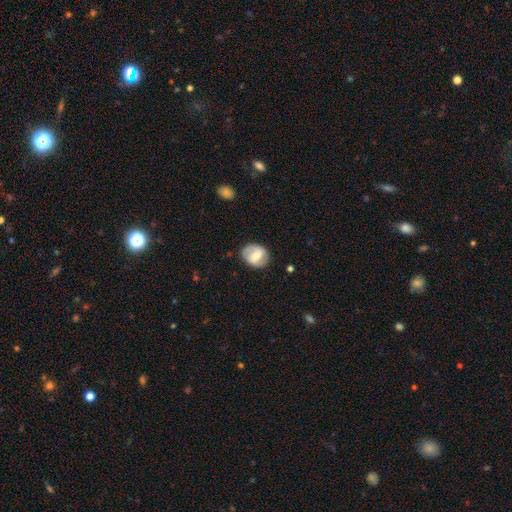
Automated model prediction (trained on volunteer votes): Smooth or featured?
  - featured or disk: 58% *
  - smooth: 36%
  - star or artifact: 6%
Edge-on disk?
  - no: 97% *
  - yes: 3%
Bar?
  - weak: 46% *
  - strong: 29%
  - no: 25%
Spiral arms?
  - yes: 75% *
  - no: 25%
Bulge size?
  - moderate: 63% *
  - small: 28%
  - large: 5%
  - none: 2%
  - dominant: 1%
Merging?
  - none: 80% *
  - minor disturbance: 14%
  - major disturbance: 4%
  - merger: 1%